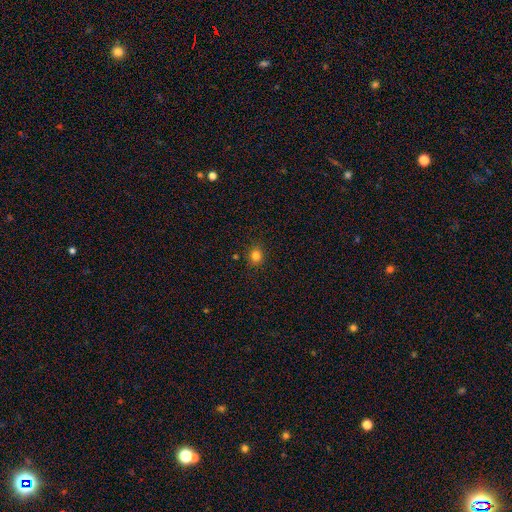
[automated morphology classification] Smooth or featured? Predicted: smooth (p=0.81). How rounded? Predicted: round (p=0.80). Merging? Predicted: none (p=0.89).